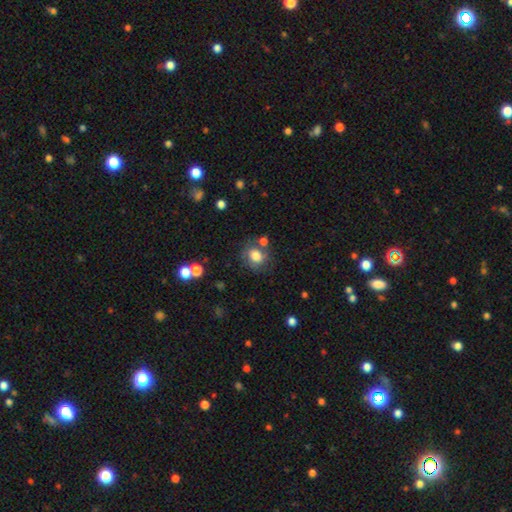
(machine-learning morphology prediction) Smooth or featured?
  - smooth: 74% *
  - featured or disk: 15%
  - star or artifact: 10%
How rounded?
  - round: 63% *
  - in between: 36%
  - cigar-shaped: 1%
Merging?
  - none: 65% *
  - minor disturbance: 18%
  - merger: 9%
  - major disturbance: 8%